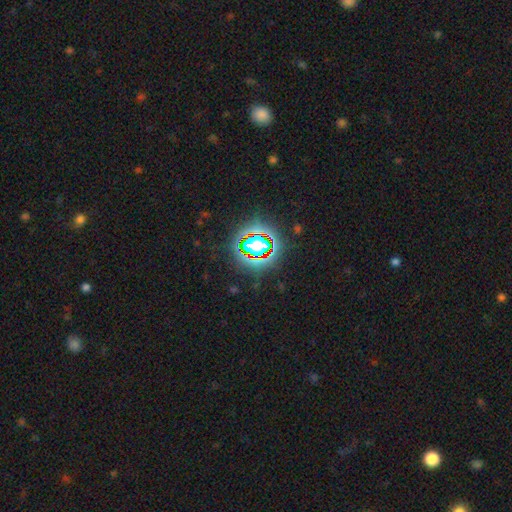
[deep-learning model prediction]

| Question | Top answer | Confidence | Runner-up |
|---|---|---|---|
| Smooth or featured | star or artifact | 79% | smooth (13%) |